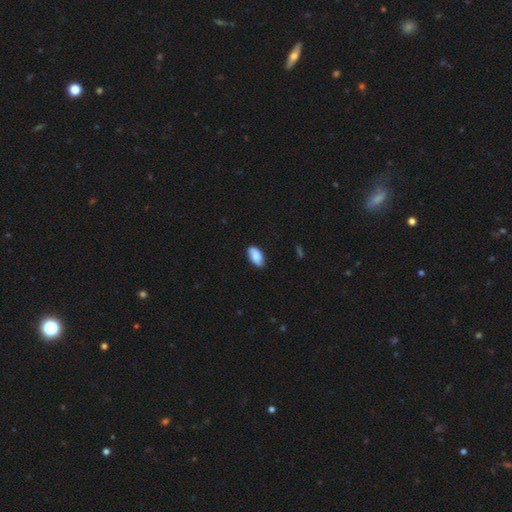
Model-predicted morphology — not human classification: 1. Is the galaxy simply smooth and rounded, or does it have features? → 80% smooth, 13% featured or disk, 7% star or artifact.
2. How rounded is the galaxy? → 94% in between, 3% round, 2% cigar-shaped.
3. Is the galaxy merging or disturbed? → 81% none, 15% minor disturbance, 3% major disturbance, 1% merger.